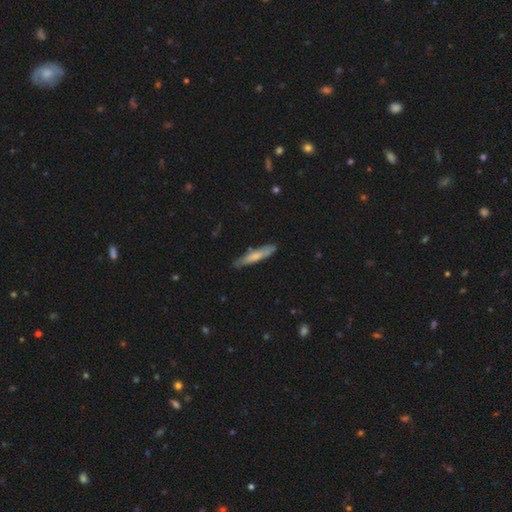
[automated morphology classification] Smooth or featured: smooth — 62% (featured or disk — 33%)
How rounded: cigar-shaped — 89% (in between — 10%)
Merging: none — 79% (minor disturbance — 16%)